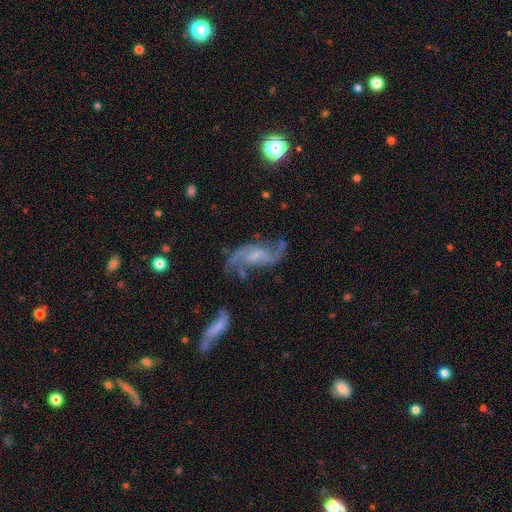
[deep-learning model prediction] A featured or disk galaxy (84%) with a weak bar (45%), 2 (87%) loose (63%) spiral arms (93%) and a small central bulge (38%). Merging: none (55%).